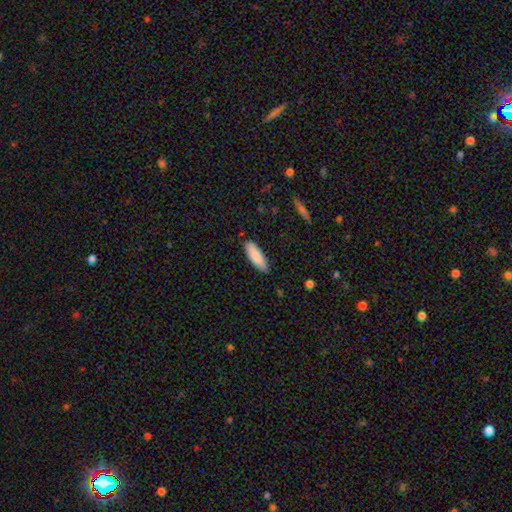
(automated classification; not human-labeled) Smooth or featured?
  - smooth: 87% *
  - featured or disk: 7%
  - star or artifact: 6%
How rounded?
  - in between: 58% *
  - cigar-shaped: 41%
  - round: 1%
Merging?
  - none: 86% *
  - minor disturbance: 11%
  - major disturbance: 2%
  - merger: 1%